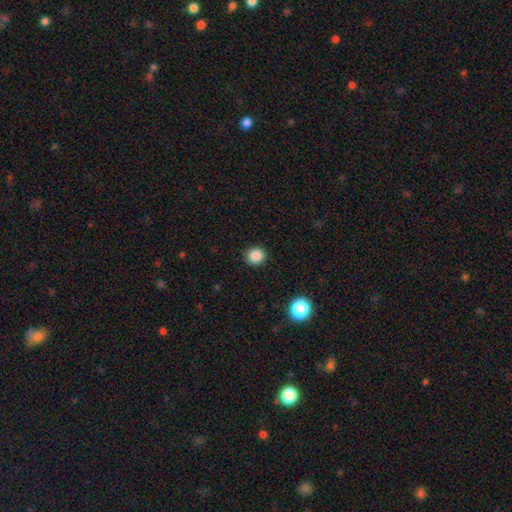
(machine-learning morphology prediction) Smooth or featured: smooth — 86% (star or artifact — 11%)
How rounded: round — 85% (in between — 14%)
Merging: none — 91% (minor disturbance — 6%)